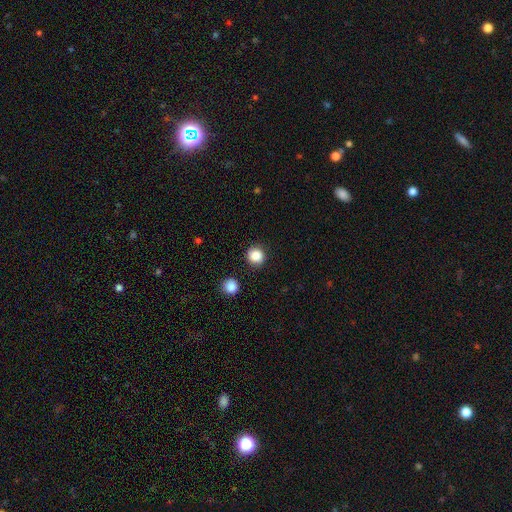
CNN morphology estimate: The model was most divided on "smooth or featured": smooth: 86%, star or artifact: 10%, featured or disk: 3%. More confident: how rounded — round (92%); merging — none (89%).